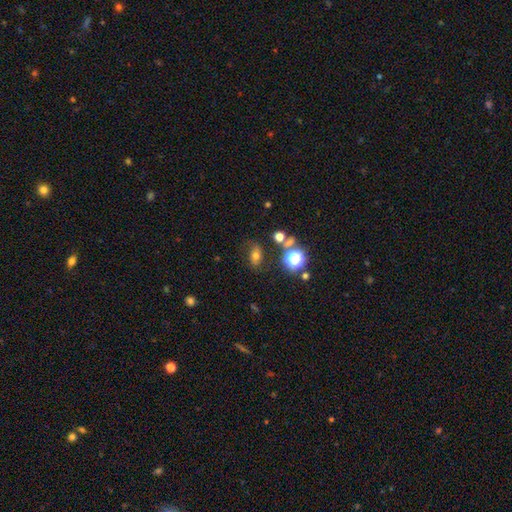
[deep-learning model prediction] A smooth galaxy with no disk features (60%) that is in between round and cigar-shaped (74%). Merging: none (70%).